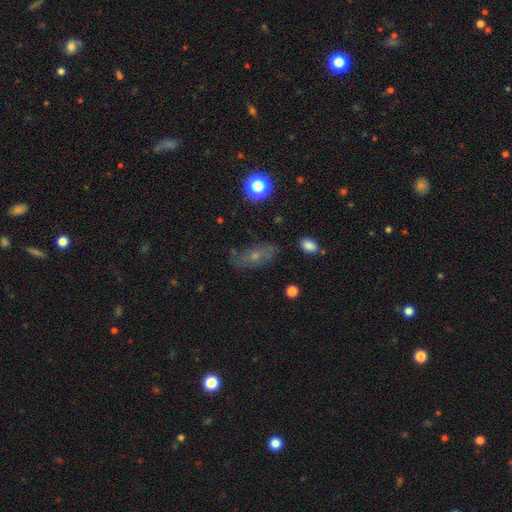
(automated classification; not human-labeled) Smooth or featured: smooth — 50% (featured or disk — 33%)
How rounded: in between — 76% (cigar-shaped — 14%)
Merging: none — 67% (minor disturbance — 22%)